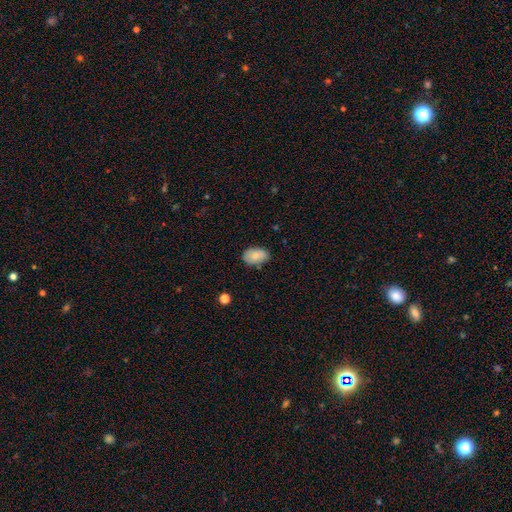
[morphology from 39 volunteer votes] type=smooth (85%); roundness=in between (91%); merging=none (68%).